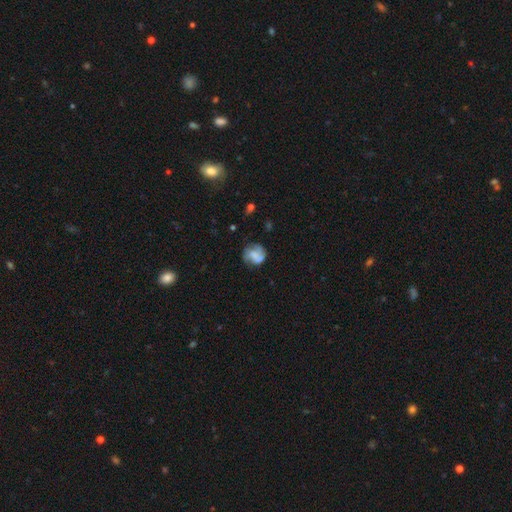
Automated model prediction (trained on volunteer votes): smooth_or_featured: featured or disk (p=0.48) [alt: smooth p=0.43]
merging: none (p=0.57) [alt: minor disturbance p=0.24]